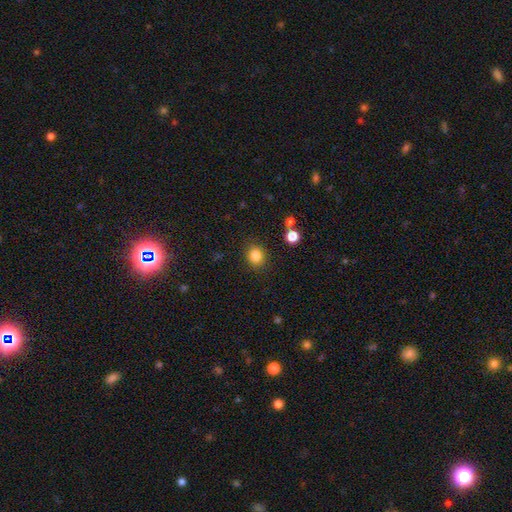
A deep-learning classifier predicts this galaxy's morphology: A smooth galaxy with no disk features (84%) that is round (74%).

Vote fractions:
- Smooth or featured? smooth: 84% / star or artifact: 11% / featured or disk: 5%
- How rounded? round: 74% / in between: 25% / cigar-shaped: 1%
- Merging? none: 87% / minor disturbance: 8% / major disturbance: 3% / merger: 2%